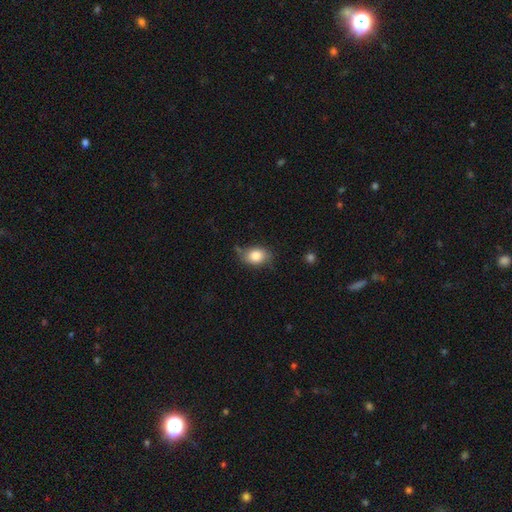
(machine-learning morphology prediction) Smooth or featured? Predicted: smooth (p=0.82). How rounded? Predicted: in between (p=0.73). Merging? Predicted: none (p=0.64).